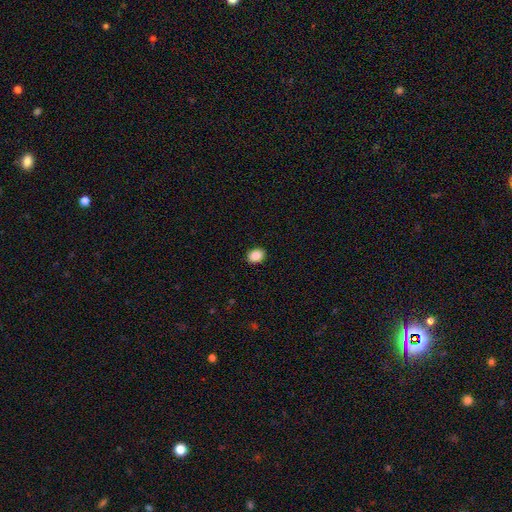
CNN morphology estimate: Q: Smooth or featured?
A: smooth (88%); runner-up: star or artifact (8%)
Q: How rounded?
A: in between (63%); runner-up: round (36%)
Q: Merging?
A: none (91%); runner-up: minor disturbance (7%)